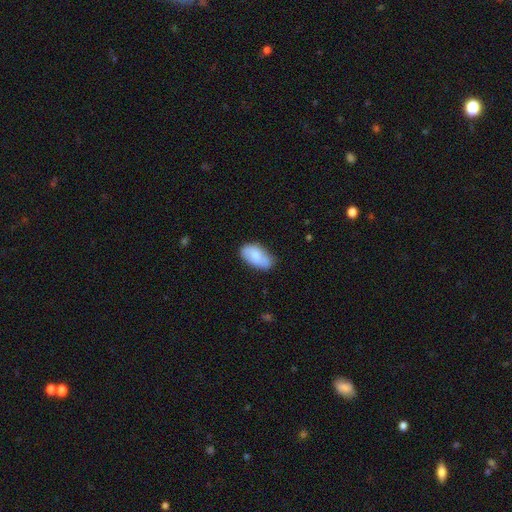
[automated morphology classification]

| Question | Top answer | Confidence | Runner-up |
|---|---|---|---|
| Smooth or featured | smooth | 71% | featured or disk (22%) |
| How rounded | in between | 94% | round (4%) |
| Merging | none | 71% | minor disturbance (22%) |